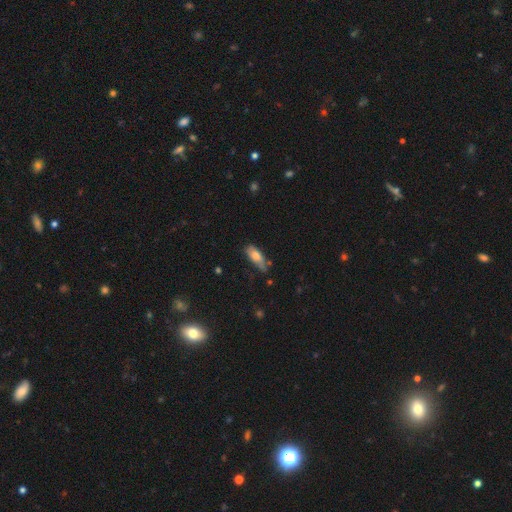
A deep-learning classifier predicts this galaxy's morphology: type=smooth (73%); roundness=in between (74%); merging=none (52%).